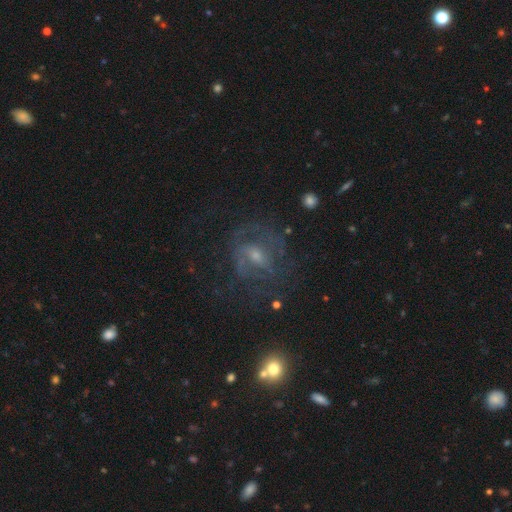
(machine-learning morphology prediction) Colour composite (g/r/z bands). It shows a featured or disk galaxy (72%) with a weak bar (49%), medium (45%) spiral arms (80%) and a small central bulge (57%). Merging: none (59%).